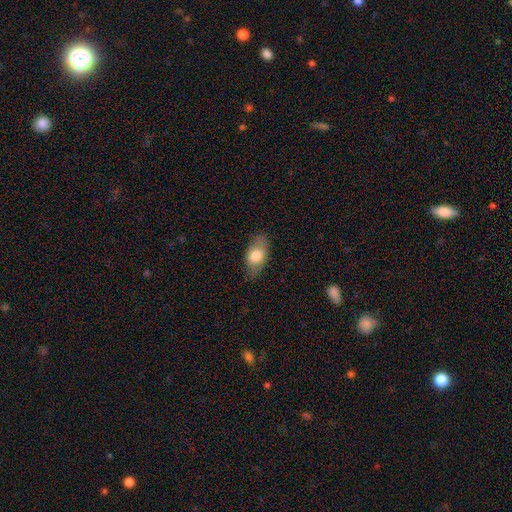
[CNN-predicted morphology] smooth 73%, featured or disk 21%, star or artifact 7%. Down the decision tree: how rounded — in between (91%); merging — none (77%).